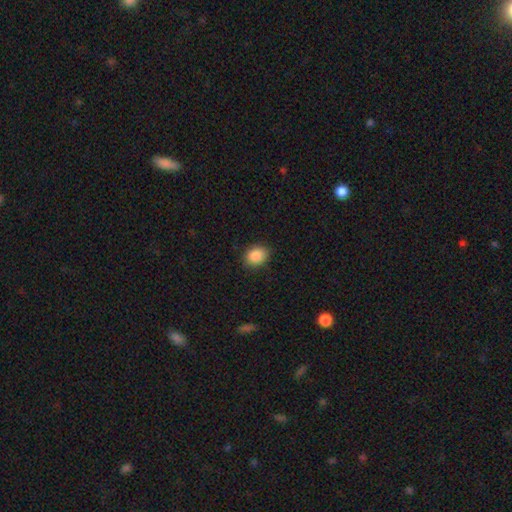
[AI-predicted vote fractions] A smooth galaxy with no disk features (88%) that is in between round and cigar-shaped (54%).

Vote fractions:
- Smooth or featured? smooth: 88% / star or artifact: 8% / featured or disk: 4%
- How rounded? in between: 54% / round: 45% / cigar-shaped: 1%
- Merging? none: 86% / minor disturbance: 10% / major disturbance: 3% / merger: 1%